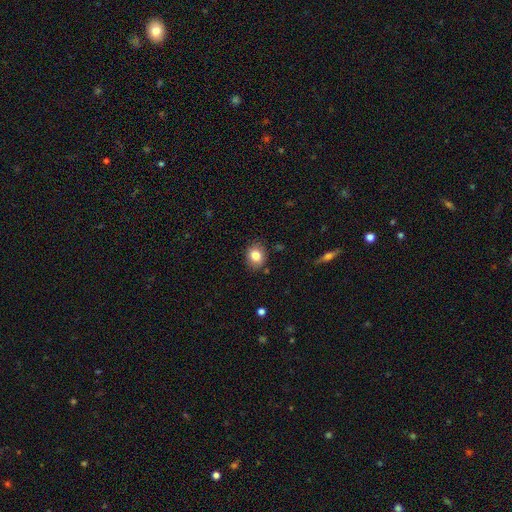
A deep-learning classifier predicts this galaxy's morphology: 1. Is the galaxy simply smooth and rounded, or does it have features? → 82% smooth, 10% star or artifact, 8% featured or disk.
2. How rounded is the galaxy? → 61% round, 38% in between, 1% cigar-shaped.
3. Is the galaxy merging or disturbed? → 84% none, 12% minor disturbance, 2% major disturbance, 2% merger.